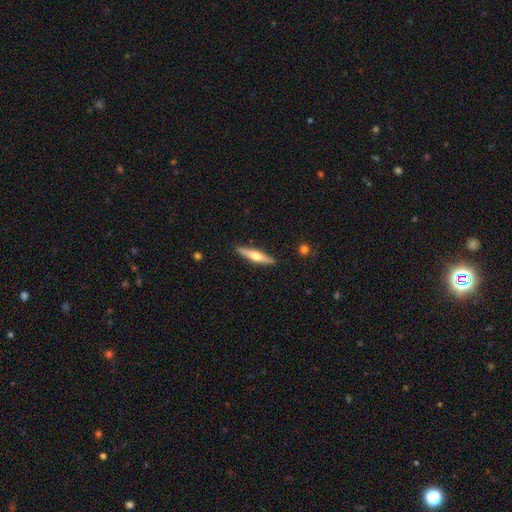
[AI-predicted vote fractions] Overall: featured or disk (53%; smooth 42%). Edge-on disk: yes (96%). Edge-on bulge: rounded (90%). Merging: none (90%).